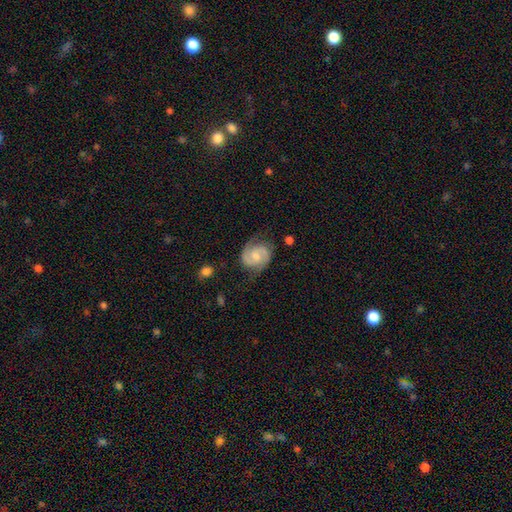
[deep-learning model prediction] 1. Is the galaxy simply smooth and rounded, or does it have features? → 81% featured or disk, 13% smooth, 6% star or artifact.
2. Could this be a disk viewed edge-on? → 98% no, 2% yes.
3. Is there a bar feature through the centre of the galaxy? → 49% weak, 41% no, 10% strong.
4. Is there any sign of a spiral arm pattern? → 97% yes, 3% no.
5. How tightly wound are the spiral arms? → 52% medium, 33% tight, 15% loose.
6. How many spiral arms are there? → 92% 2, 4% can't tell, 2% 1, 1% 3, 1% 4, 1% more than 4.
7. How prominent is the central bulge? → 41% moderate, 33% small, 18% none, 6% large, 1% dominant.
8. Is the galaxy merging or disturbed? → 74% none, 18% minor disturbance, 6% major disturbance, 2% merger.